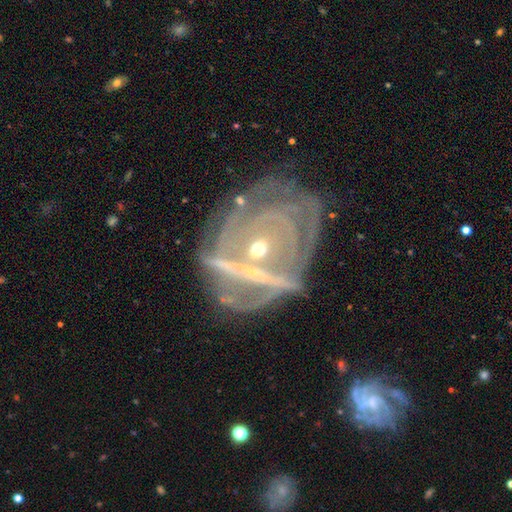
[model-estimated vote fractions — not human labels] smooth-or-featured: featured or disk: 83% | star or artifact: 10% | smooth: 7%
  disk-edge-on: no: 92% | yes: 8%
    bar: strong: 45% | weak: 28% | no: 27%
    has-spiral-arms: yes: 76% | no: 24%
      spiral-winding: tight: 58% | medium: 28% | loose: 14%
      spiral-arm-count: can't tell: 46% | 2: 18% | 3: 13% | 4: 9% | more than 4: 8% | 1: 6%
    bulge-size: small: 67% | moderate: 28% | none: 2% | large: 2% | dominant: 1%
  merging: none: 39% | major disturbance: 23% | merger: 20% | minor disturbance: 18%